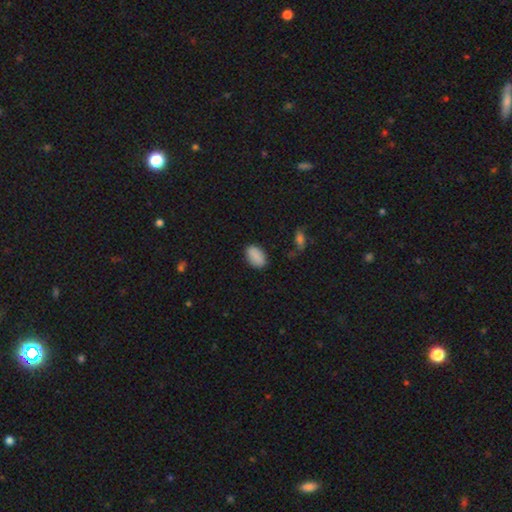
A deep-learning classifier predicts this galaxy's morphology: smooth_or_featured: smooth (p=0.88) [alt: star or artifact p=0.07]
how_rounded: in between (p=0.91) [alt: round p=0.07]
merging: none (p=0.83) [alt: minor disturbance p=0.12]